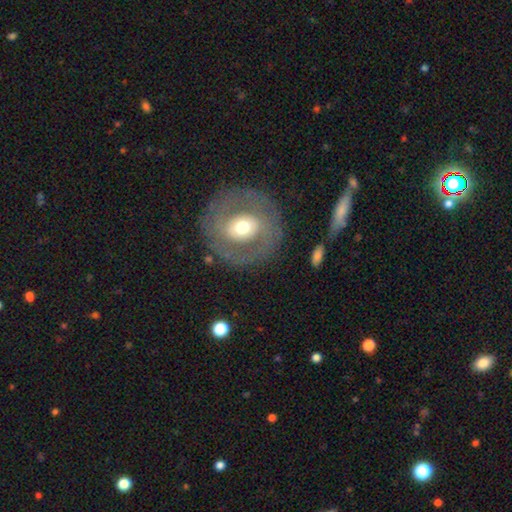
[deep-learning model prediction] Smooth or featured?
  - featured or disk: 65% *
  - smooth: 24%
  - star or artifact: 11%
Edge-on disk?
  - no: 91% *
  - yes: 9%
Bar?
  - weak: 39% *
  - strong: 31%
  - no: 30%
Spiral arms?
  - no: 54% *
  - yes: 46%
Bulge size?
  - moderate: 70% *
  - small: 20%
  - large: 7%
  - dominant: 1%
  - none: 1%
Merging?
  - none: 81% *
  - minor disturbance: 11%
  - major disturbance: 6%
  - merger: 3%